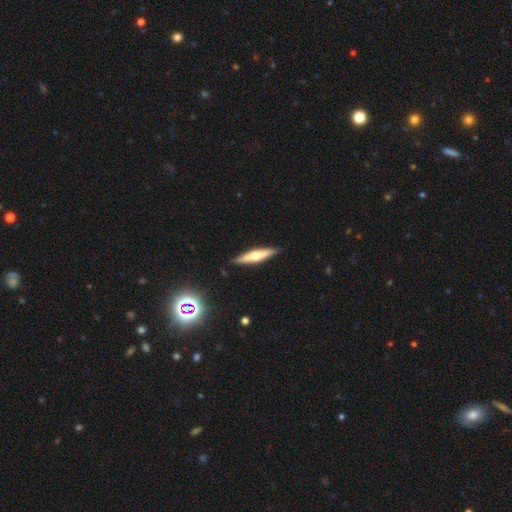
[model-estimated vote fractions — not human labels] Smooth or featured? featured or disk (49%)
Merging? none (90%)